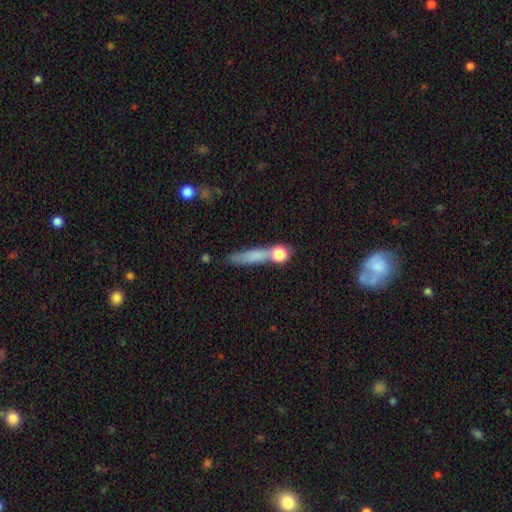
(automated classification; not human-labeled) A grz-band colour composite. It shows a smooth galaxy with no disk features (66%) that is cigar-shaped (73%). Merging: none (62%).